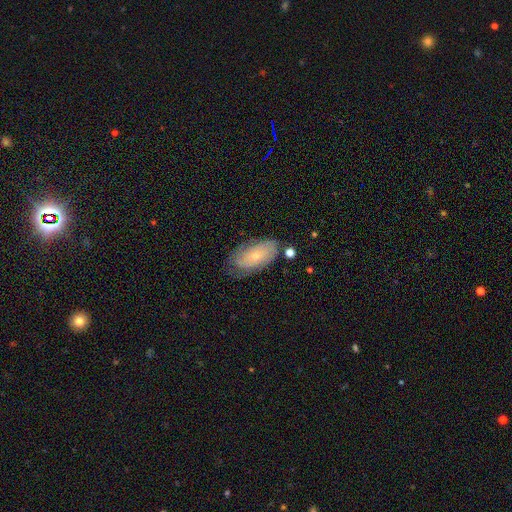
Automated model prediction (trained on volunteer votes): Smooth or featured: featured or disk — 50% (smooth — 43%)
Edge-on disk: no — 92% (yes — 8%)
Merging: none — 65% (minor disturbance — 24%)